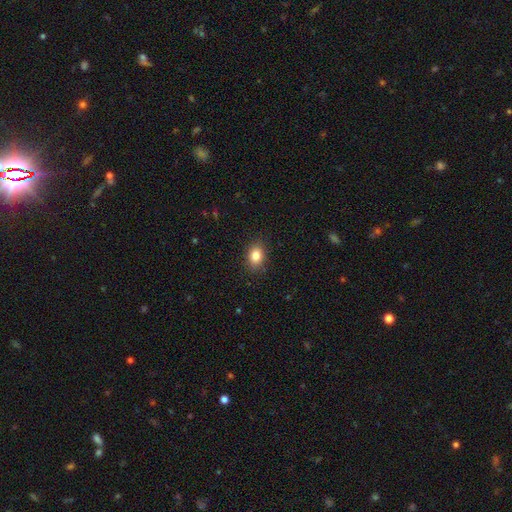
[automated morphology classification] smooth_or_featured: smooth (p=0.84) [alt: star or artifact p=0.09]
how_rounded: in between (p=0.72) [alt: round p=0.27]
merging: none (p=0.88) [alt: minor disturbance p=0.09]